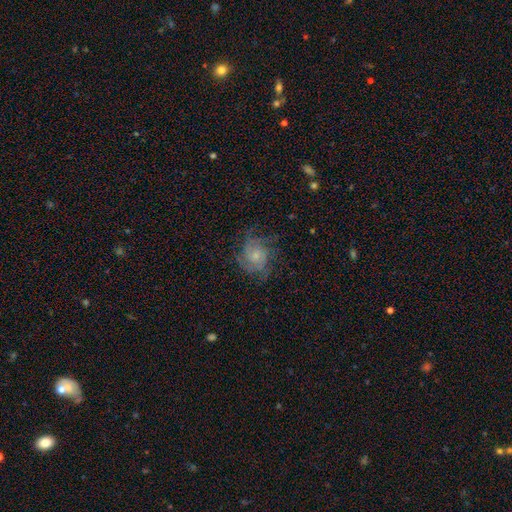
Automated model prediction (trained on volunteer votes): Q: Smooth or featured?
A: featured or disk (64%); runner-up: smooth (25%)
Q: Edge-on disk?
A: no (98%); runner-up: yes (2%)
Q: Bar?
A: no (76%); runner-up: weak (21%)
Q: Spiral arms?
A: yes (86%); runner-up: no (14%)
Q: Spiral winding?
A: tight (43%); runner-up: medium (41%)
Q: Spiral arm count?
A: can't tell (38%); runner-up: 3 (21%)
Q: Bulge size?
A: small (57%); runner-up: moderate (29%)
Q: Merging?
A: none (62%); runner-up: minor disturbance (21%)